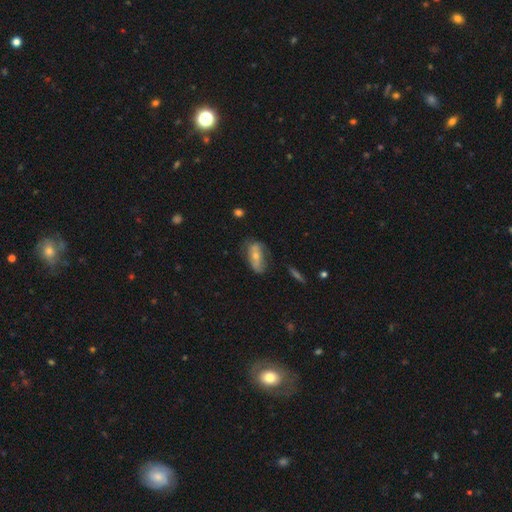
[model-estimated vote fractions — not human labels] featured or disk 47%, smooth 46%, star or artifact 8%. Down the decision tree: merging — none (54%).